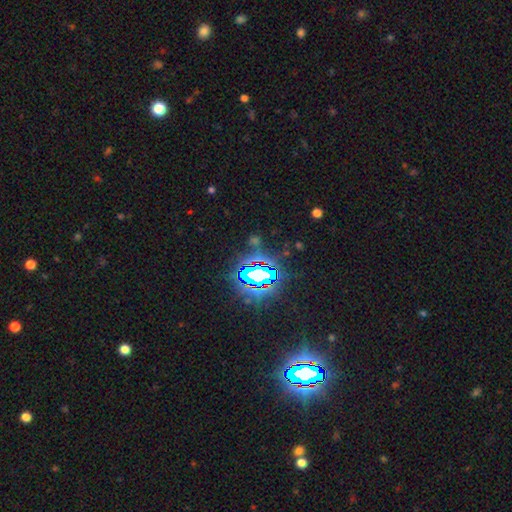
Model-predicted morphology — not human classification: This is clearly a star or artifact rather than a galaxy (83%).